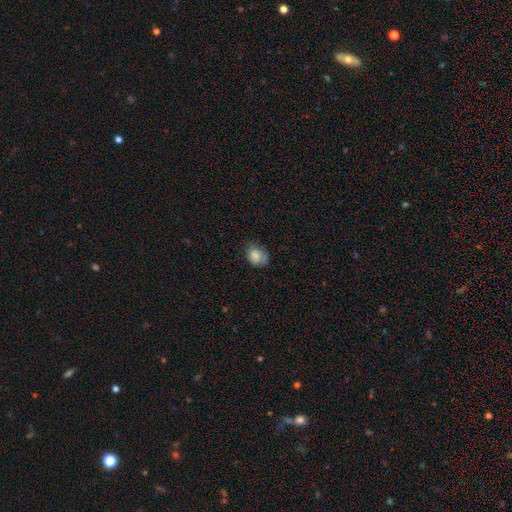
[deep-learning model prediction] This is clearly a smooth galaxy (82%). How rounded: possibly in between (58%). Merging: possibly none (59%).